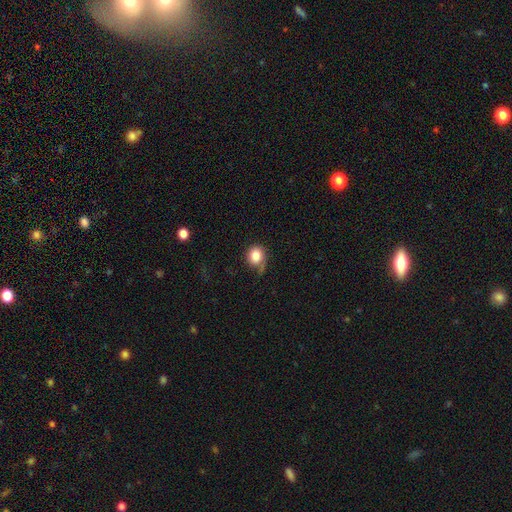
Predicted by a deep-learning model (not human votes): Smooth or featured? Predicted: smooth (p=0.82). How rounded? Predicted: round (p=0.72). Merging? Predicted: none (p=0.48).